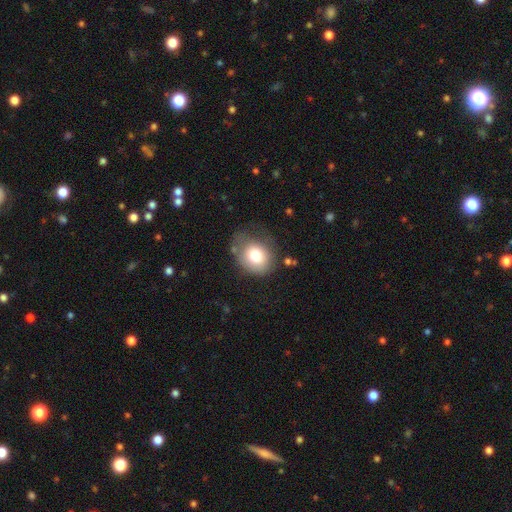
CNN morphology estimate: Q: Smooth or featured?
A: smooth (76%); runner-up: featured or disk (15%)
Q: How rounded?
A: round (61%); runner-up: in between (38%)
Q: Merging?
A: none (49%); runner-up: minor disturbance (29%)